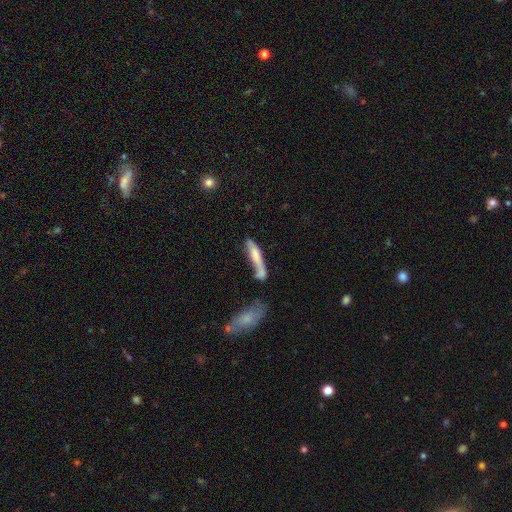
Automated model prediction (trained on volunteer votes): Overall: smooth (64%; featured or disk 29%). How rounded: cigar-shaped (80%). Merging: merger (34%; none 29%).